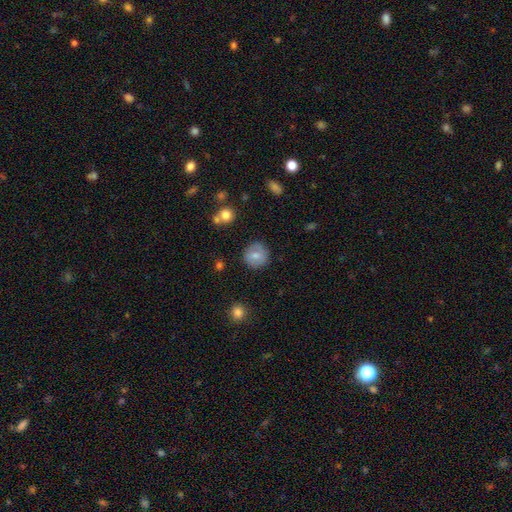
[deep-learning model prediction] Morphology: type=smooth (70%); roundness=round (89%); merging=none (82%).